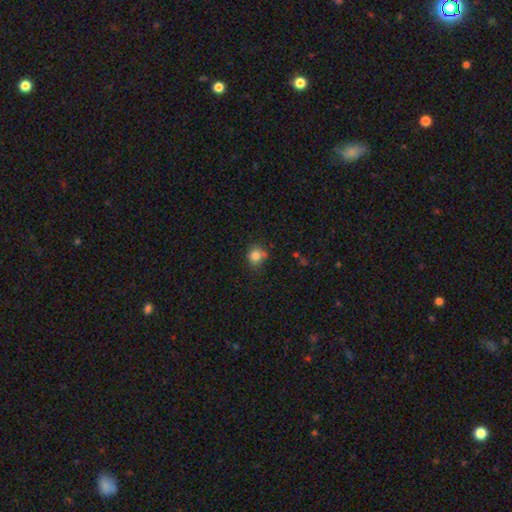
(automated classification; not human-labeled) Smooth or featured? Predicted: smooth (p=0.82). How rounded? Predicted: round (p=0.84). Merging? Predicted: none (p=0.70).